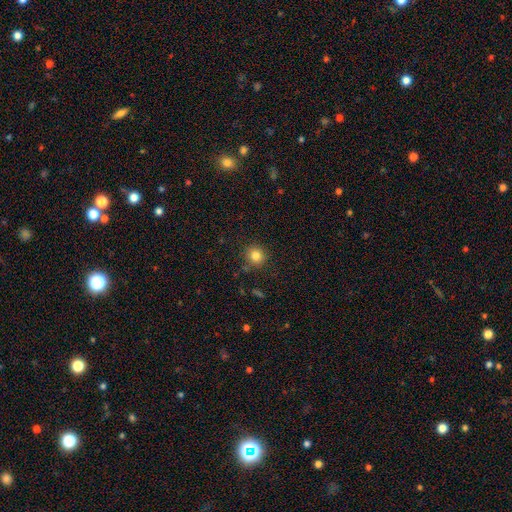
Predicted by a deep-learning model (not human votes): smooth_or_featured: smooth (p=0.82) [alt: star or artifact p=0.12]
how_rounded: round (p=0.91) [alt: in between p=0.08]
merging: none (p=0.86) [alt: minor disturbance p=0.09]